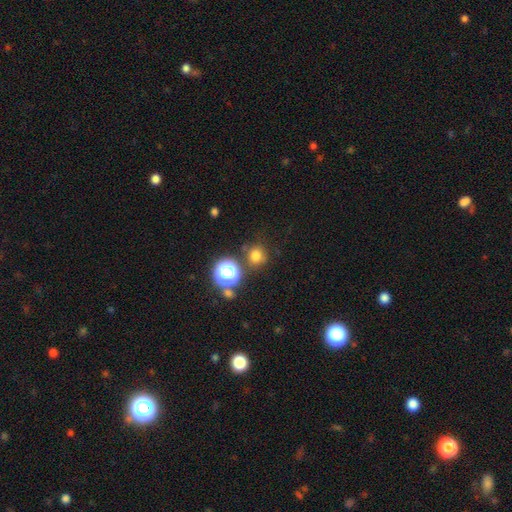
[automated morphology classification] Overall: smooth (73%). How rounded: round (90%). Merging: none (78%).